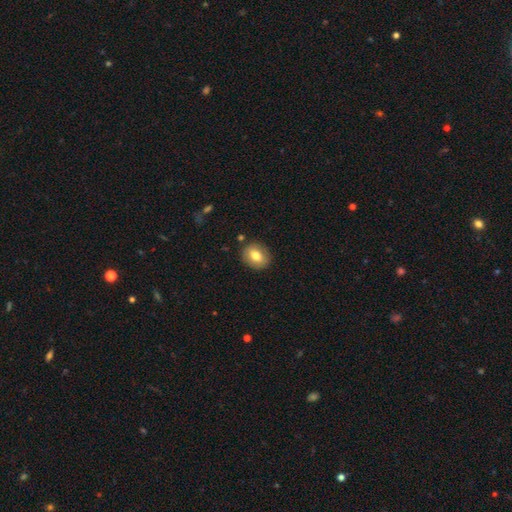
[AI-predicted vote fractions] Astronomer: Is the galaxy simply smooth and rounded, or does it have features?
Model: smooth — 74%.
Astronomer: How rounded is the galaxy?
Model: round — 59% (runner-up: in between, 40%).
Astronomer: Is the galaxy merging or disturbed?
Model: none — 87%.